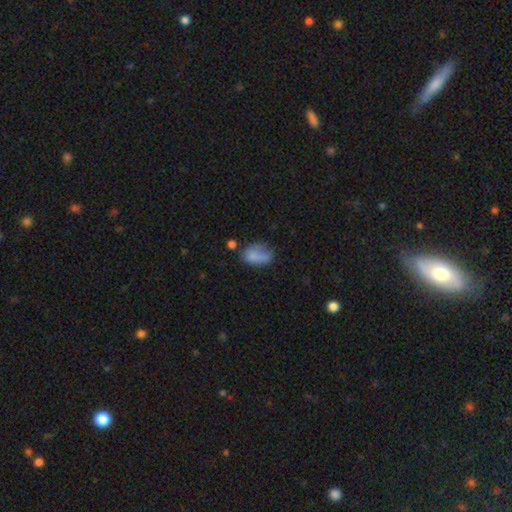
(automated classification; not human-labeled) Smooth or featured: smooth — 74% (featured or disk — 16%)
How rounded: in between — 85% (round — 13%)
Merging: none — 36% (minor disturbance — 31%)